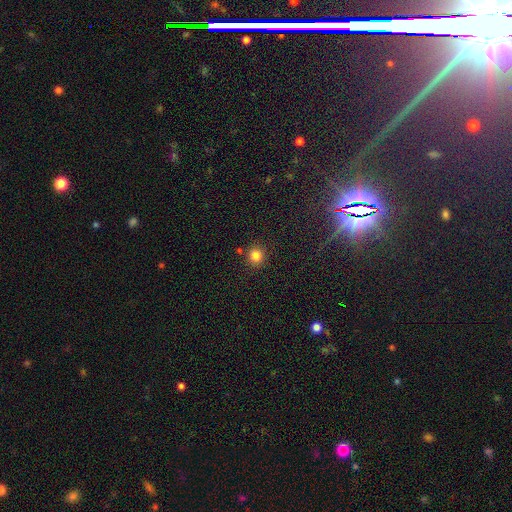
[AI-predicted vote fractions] A smooth galaxy with no disk features (82%) that is round (91%). Merging: none (88%).